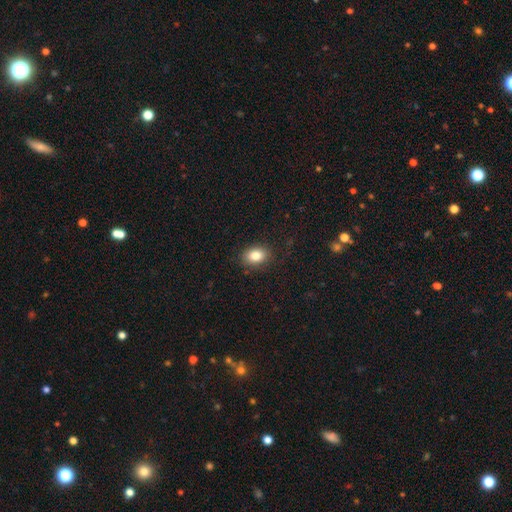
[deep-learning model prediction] Morphology: type=smooth (83%); roundness=in between (77%); merging=none (87%).